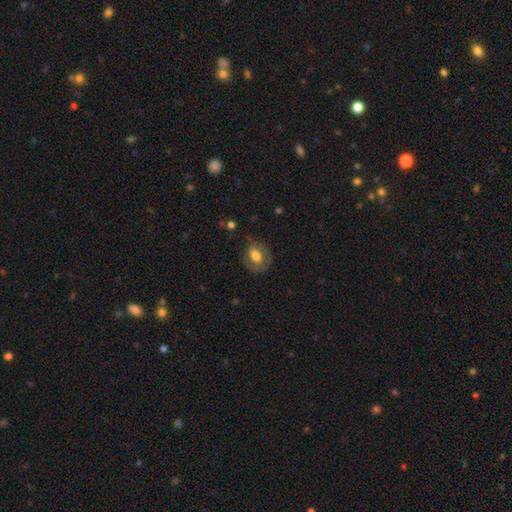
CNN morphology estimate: Smooth or featured: smooth — 56% (featured or disk — 37%)
How rounded: in between — 68% (round — 31%)
Merging: none — 67% (minor disturbance — 21%)